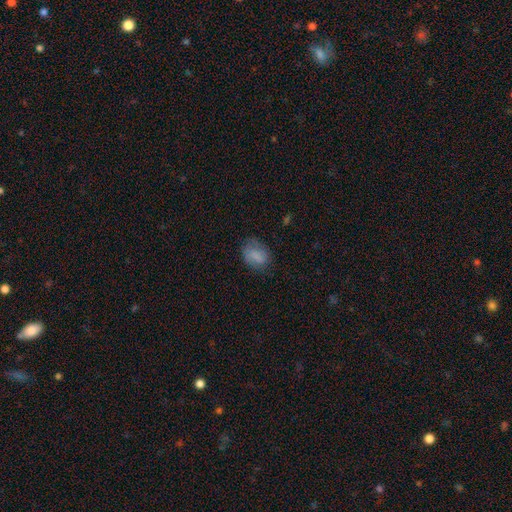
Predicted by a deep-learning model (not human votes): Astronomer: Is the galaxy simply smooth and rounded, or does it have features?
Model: smooth — 76%.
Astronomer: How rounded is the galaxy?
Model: in between — 71%.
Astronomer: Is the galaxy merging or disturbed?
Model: none — 61%.